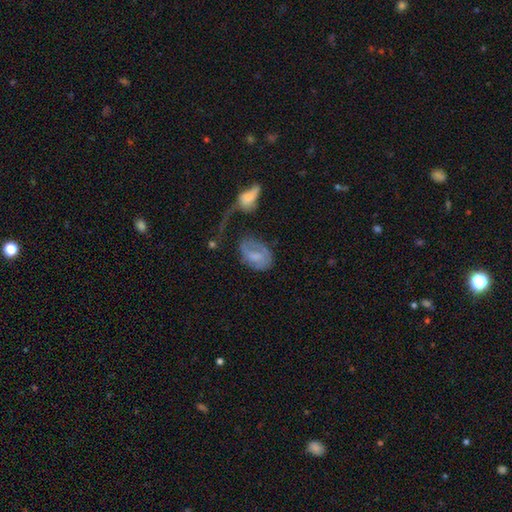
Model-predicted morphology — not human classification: The model was most divided on "smooth or featured": featured or disk: 48%, smooth: 44%, star or artifact: 8%. Remaining: merging — none (40%).